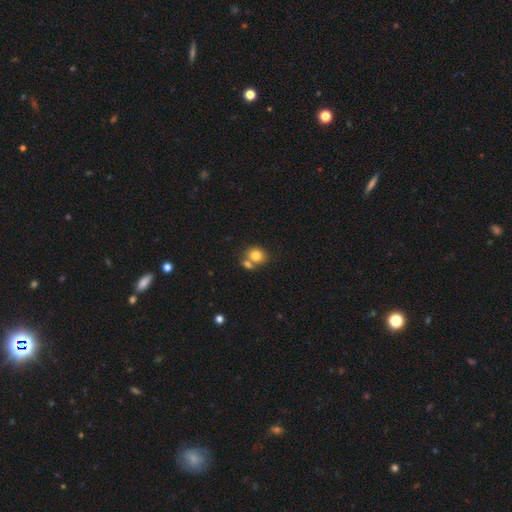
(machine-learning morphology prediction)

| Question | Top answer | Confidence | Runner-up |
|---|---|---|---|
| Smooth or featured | smooth | 79% | featured or disk (11%) |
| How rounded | round | 66% | in between (33%) |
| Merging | none | 47% | merger (40%) |